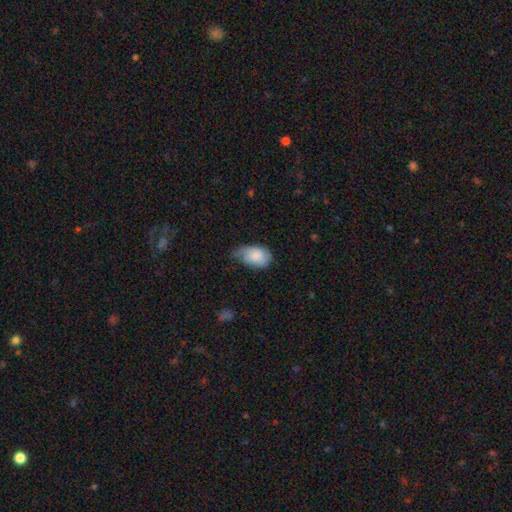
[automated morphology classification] Smooth or featured? Predicted: smooth (p=0.75). How rounded? Predicted: in between (p=0.88). Merging? Predicted: minor disturbance (p=0.46).